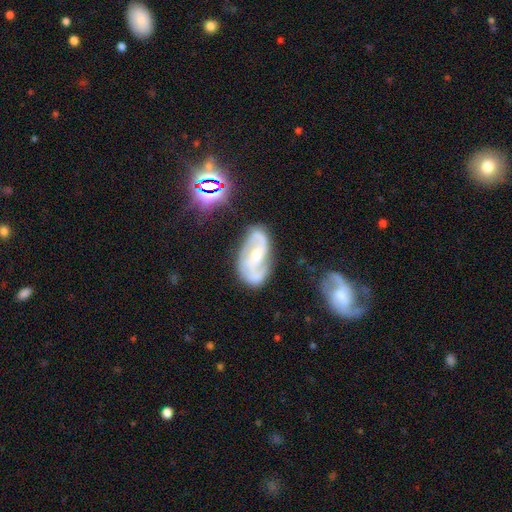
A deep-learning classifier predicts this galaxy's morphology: This is clearly a featured or disk galaxy (83%). It is clearly not viewed edge-on (96%). Bar: marginally weak (42%). Spiral arm pattern: clearly yes (95%). Spiral arm count: clearly 2 (85%). Spiral winding: possibly medium (50%). Central bulge: possibly moderate (49%). Merging: likely none (68%).